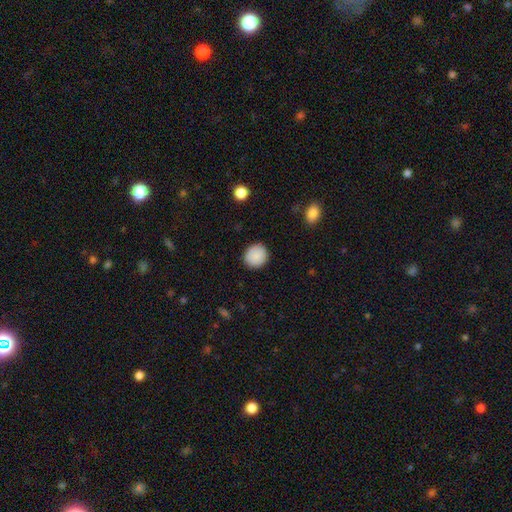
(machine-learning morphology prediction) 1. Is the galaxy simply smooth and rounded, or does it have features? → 88% smooth, 7% star or artifact, 4% featured or disk.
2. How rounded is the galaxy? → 87% round, 12% in between, 1% cigar-shaped.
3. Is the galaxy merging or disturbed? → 90% none, 7% minor disturbance, 2% major disturbance, 1% merger.